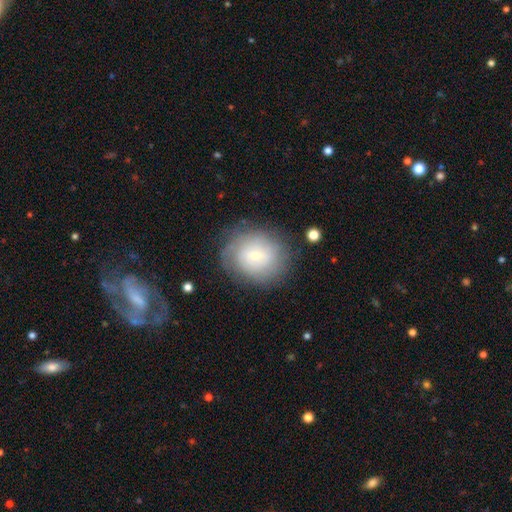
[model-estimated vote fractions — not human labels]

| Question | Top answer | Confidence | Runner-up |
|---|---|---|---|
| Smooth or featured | smooth | 51% | featured or disk (39%) |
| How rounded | round | 71% | in between (28%) |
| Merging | none | 78% | minor disturbance (14%) |